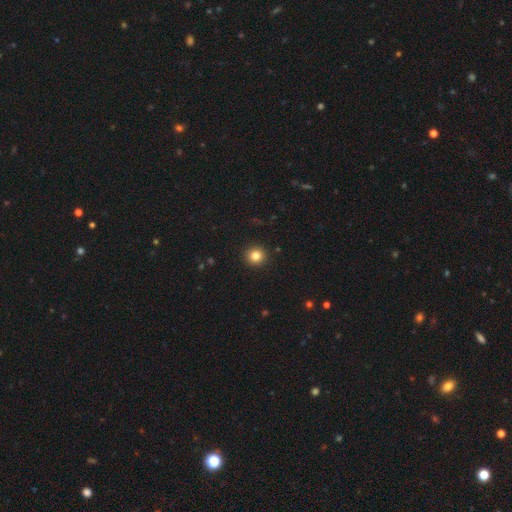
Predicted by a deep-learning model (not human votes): Q: Smooth or featured?
A: smooth (82%); runner-up: star or artifact (12%)
Q: How rounded?
A: round (93%); runner-up: in between (6%)
Q: Merging?
A: none (93%); runner-up: minor disturbance (5%)